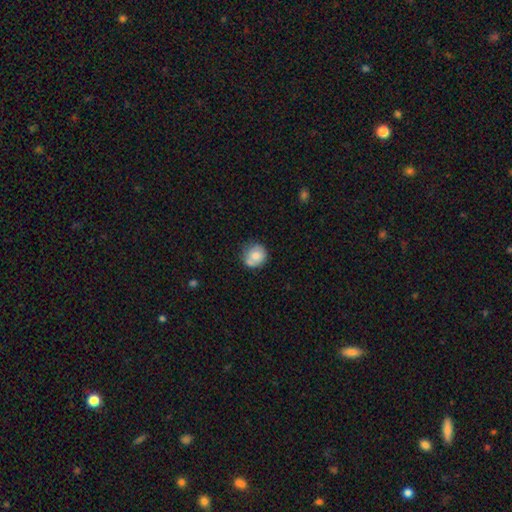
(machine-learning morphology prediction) Smooth or featured? smooth (68%)
How rounded? round (81%)
Merging? none (61%)